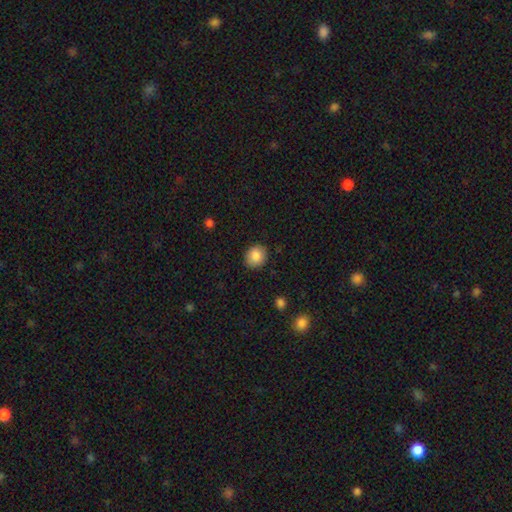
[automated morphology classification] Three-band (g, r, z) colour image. It shows a smooth galaxy with no disk features (86%) that is round (70%). Merging: none (87%).